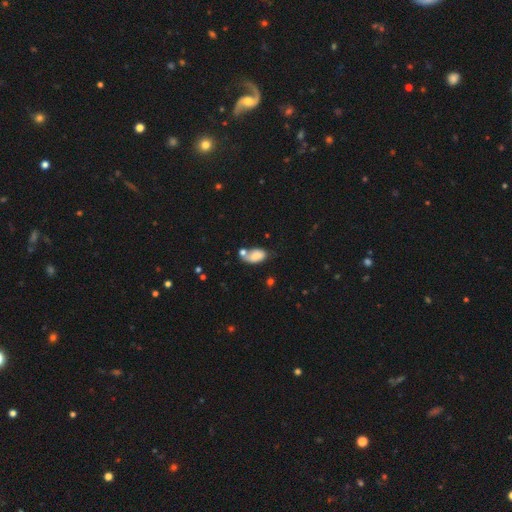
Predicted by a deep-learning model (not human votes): Smooth or featured? smooth (75%)
How rounded? in between (91%)
Merging? none (35%)